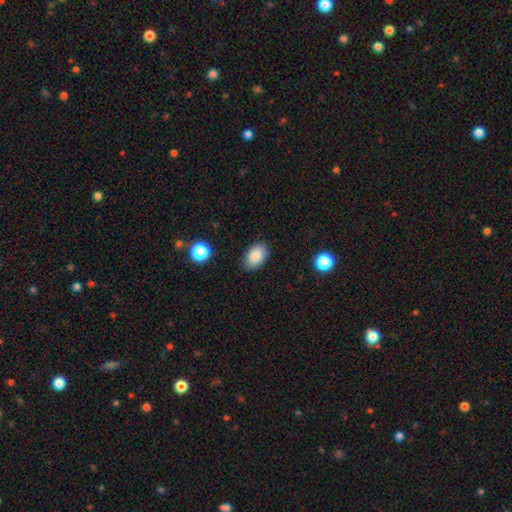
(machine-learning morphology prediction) Q: Smooth or featured?
A: smooth (86%); runner-up: star or artifact (8%)
Q: How rounded?
A: in between (87%); runner-up: round (11%)
Q: Merging?
A: none (86%); runner-up: minor disturbance (10%)